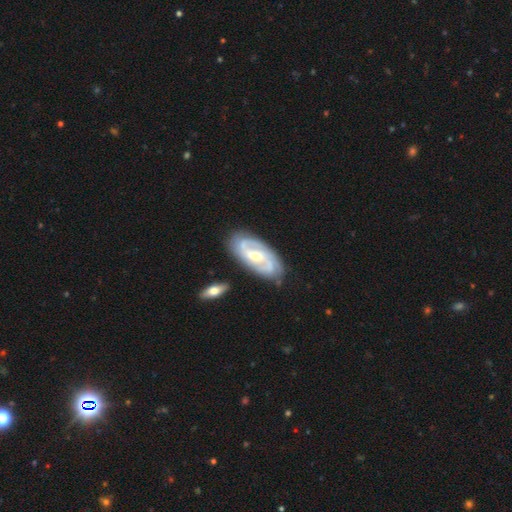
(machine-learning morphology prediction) Overall: featured or disk (83%). Edge-on disk: no (94%). Bar: weak (47%; no 36%). Spiral arms: yes (95%). Spiral arm count: 2 (63%). Spiral winding: tight (44%; medium 43%). Bulge size: moderate (55%; small 35%). Merging: none (76%).